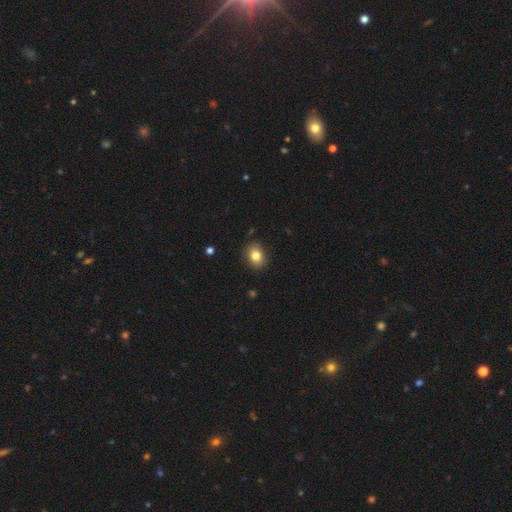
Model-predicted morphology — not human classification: smooth_or_featured: smooth (p=0.83) [alt: star or artifact p=0.10]
how_rounded: in between (p=0.51) [alt: round p=0.48]
merging: none (p=0.87) [alt: minor disturbance p=0.09]